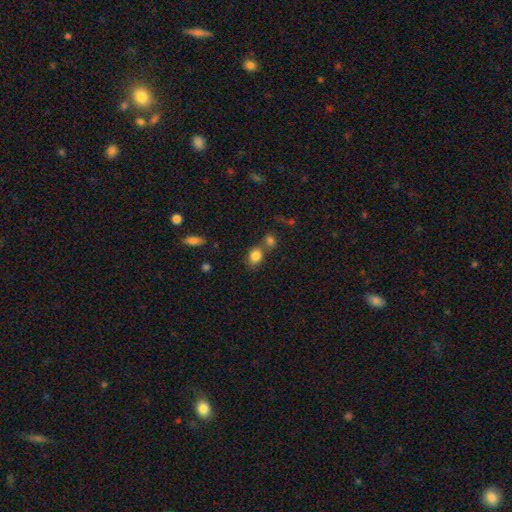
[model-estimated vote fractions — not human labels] smooth_or_featured: smooth (p=0.83) [alt: star or artifact p=0.10]
how_rounded: round (p=0.58) [alt: in between p=0.41]
merging: none (p=0.52) [alt: merger p=0.32]